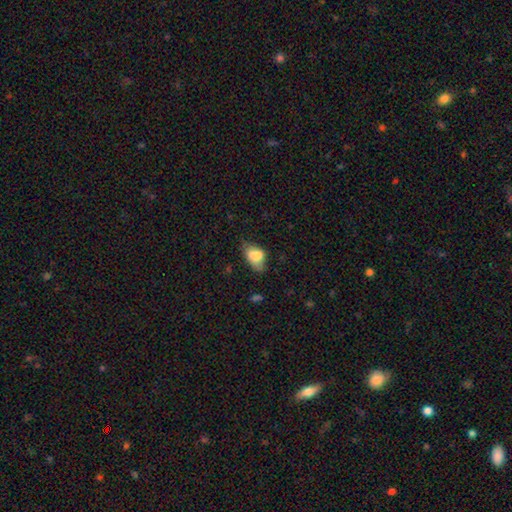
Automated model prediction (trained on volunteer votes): Overall: smooth (77%). How rounded: in between (86%). Merging: none (41%; minor disturbance 37%).